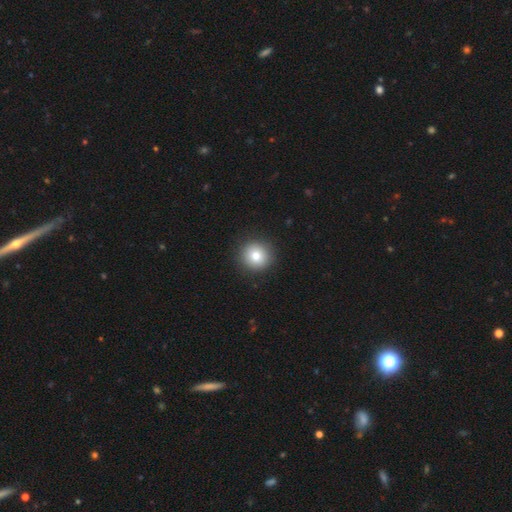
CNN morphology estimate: smooth 79%, featured or disk 10%, star or artifact 10%. Down the decision tree: how rounded — round (94%); merging — none (91%).